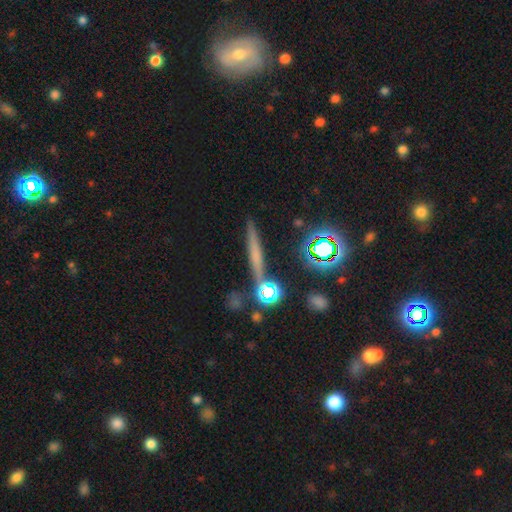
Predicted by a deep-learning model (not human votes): Smooth or featured: smooth — 43% (featured or disk — 35%)
Merging: none — 82% (minor disturbance — 9%)